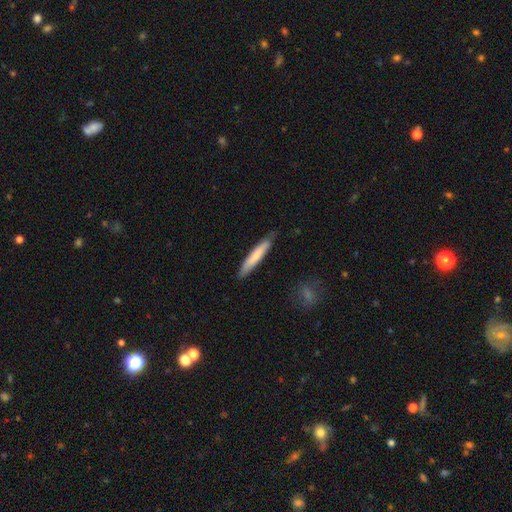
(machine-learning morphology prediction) Smooth or featured? smooth (71%)
How rounded? cigar-shaped (92%)
Merging? none (81%)